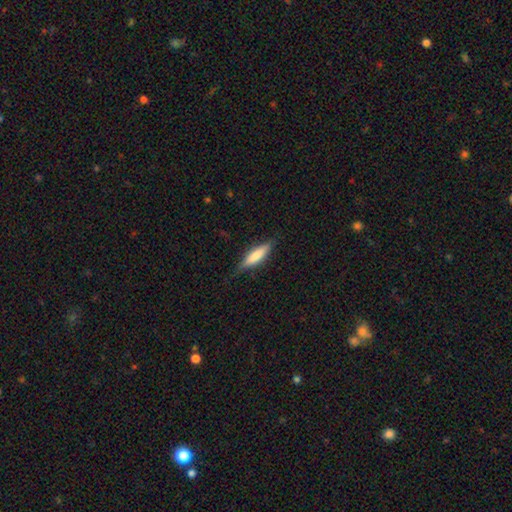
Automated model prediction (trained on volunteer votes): This appears to be a smooth galaxy with no disk features (65%) that is cigar-shaped (66%). Merging: none (78%).